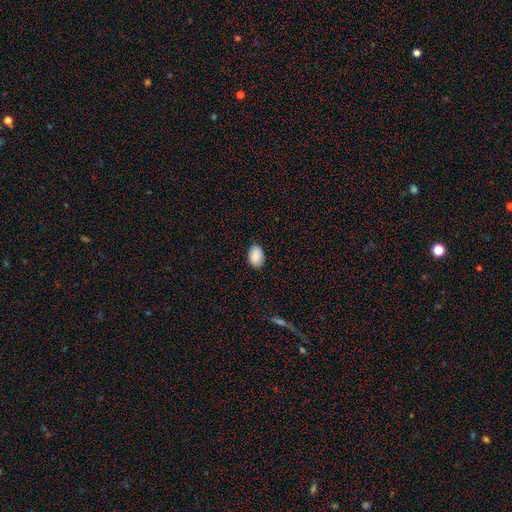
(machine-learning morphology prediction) Smooth or featured?
  - smooth: 86% *
  - star or artifact: 7%
  - featured or disk: 7%
How rounded?
  - in between: 87% *
  - round: 12%
  - cigar-shaped: 1%
Merging?
  - none: 84% *
  - minor disturbance: 12%
  - major disturbance: 2%
  - merger: 1%